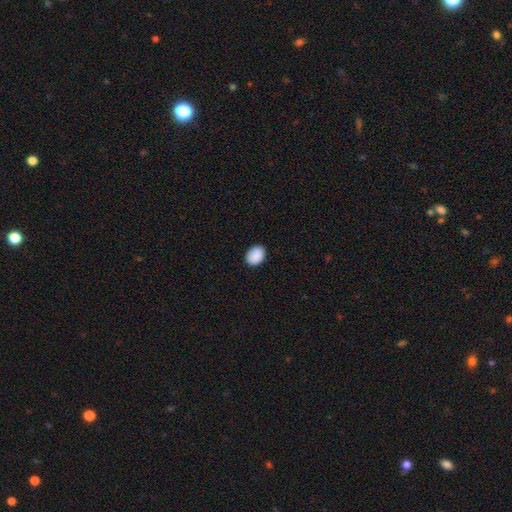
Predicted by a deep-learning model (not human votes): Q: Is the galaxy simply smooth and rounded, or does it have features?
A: smooth — 90%.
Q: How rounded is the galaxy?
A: in between — 71%.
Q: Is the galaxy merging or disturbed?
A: none — 87%.